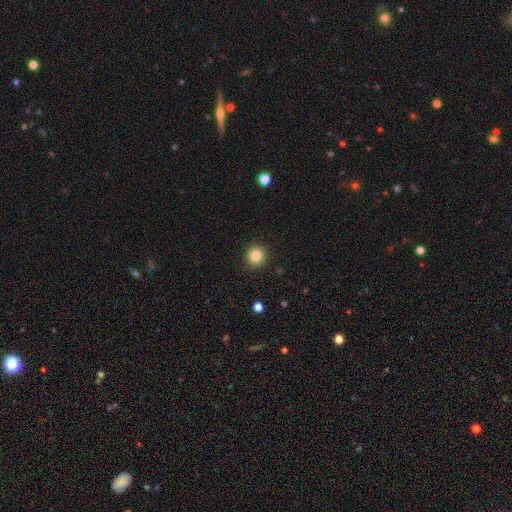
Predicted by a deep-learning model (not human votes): This is clearly a smooth galaxy (84%). How rounded: clearly round (91%). Merging: clearly none (91%).